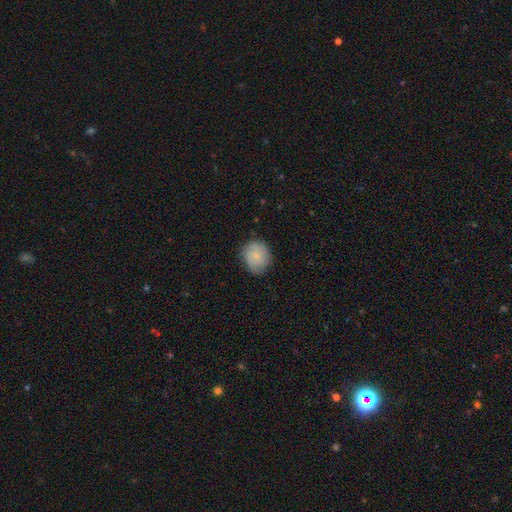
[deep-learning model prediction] This is likely a smooth galaxy (67%). How rounded: likely round (78%). Merging: likely none (78%).